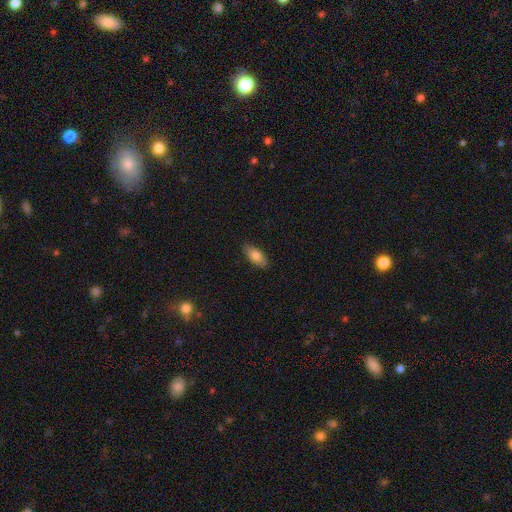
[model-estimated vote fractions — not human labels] smooth 79%, featured or disk 14%, star or artifact 7%. Down the decision tree: how rounded — in between (86%); merging — none (86%).